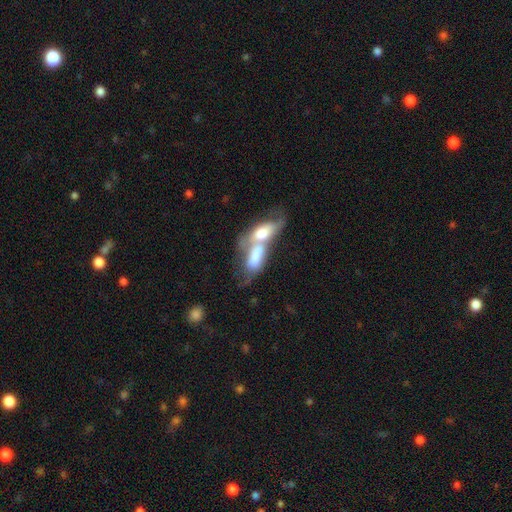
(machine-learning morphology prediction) Smooth or featured? smooth (63%)
How rounded? in between (83%)
Merging? merger (80%)